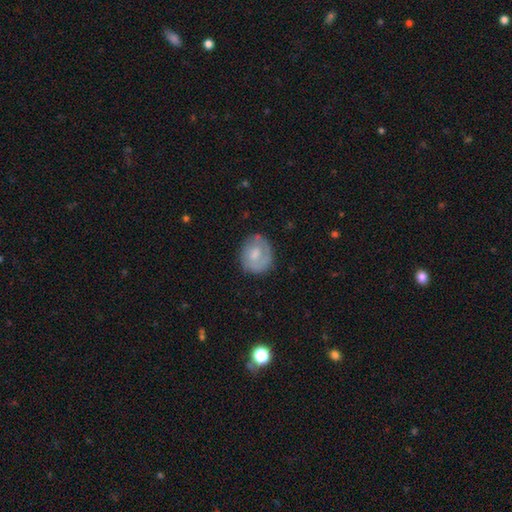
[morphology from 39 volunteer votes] smooth_or_featured: smooth (p=0.62) [alt: featured or disk p=0.28]
how_rounded: round (p=0.67) [alt: in between p=0.33]
merging: none (p=0.63) [alt: minor disturbance p=0.34]